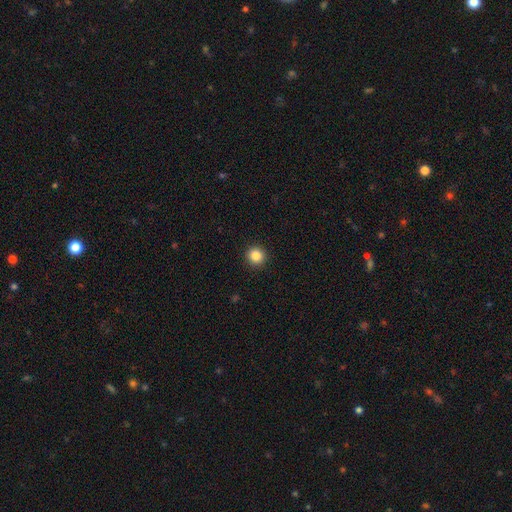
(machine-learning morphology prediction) type=smooth (85%); roundness=round (95%); merging=none (93%).